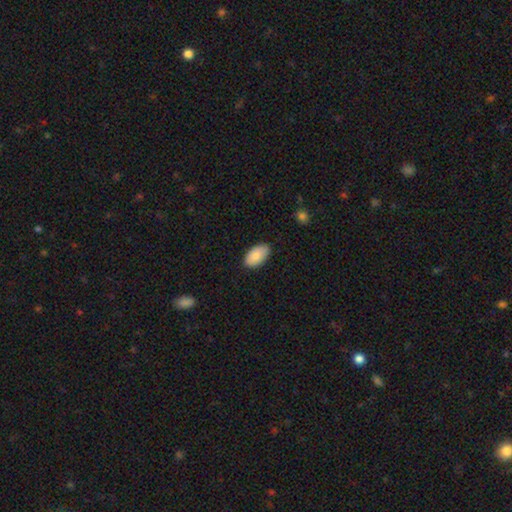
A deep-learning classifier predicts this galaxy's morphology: Smooth or featured: smooth — 86% (featured or disk — 8%)
How rounded: in between — 95% (round — 3%)
Merging: none — 83% (minor disturbance — 14%)